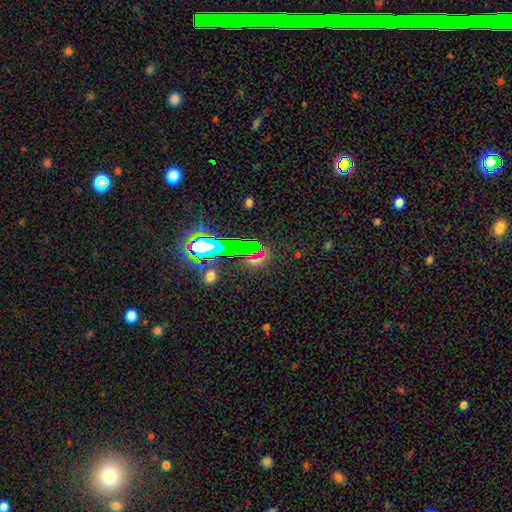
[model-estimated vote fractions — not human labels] This appears to be a star or artifact, not a galaxy (57%).